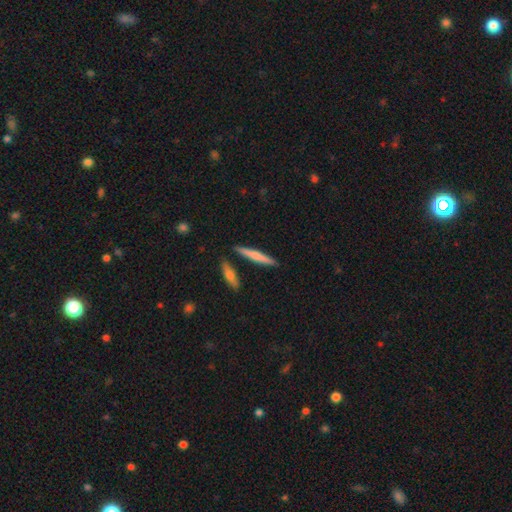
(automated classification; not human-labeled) Smooth or featured?
  - smooth: 65% *
  - featured or disk: 30%
  - star or artifact: 5%
How rounded?
  - cigar-shaped: 93% *
  - in between: 5%
  - round: 2%
Merging?
  - none: 86% *
  - minor disturbance: 7%
  - merger: 5%
  - major disturbance: 2%